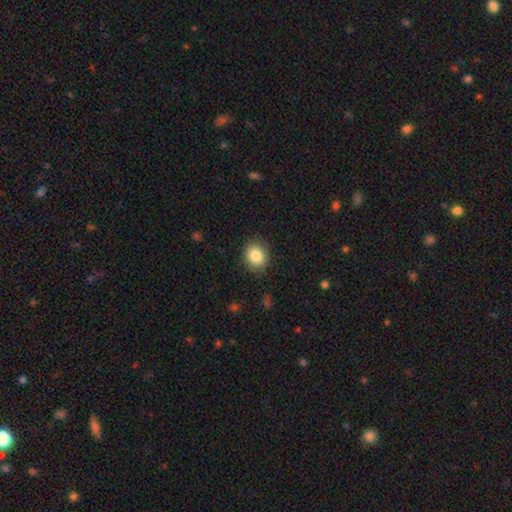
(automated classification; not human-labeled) A smooth galaxy with no disk features (84%) that is round (66%). Merging: none (88%).